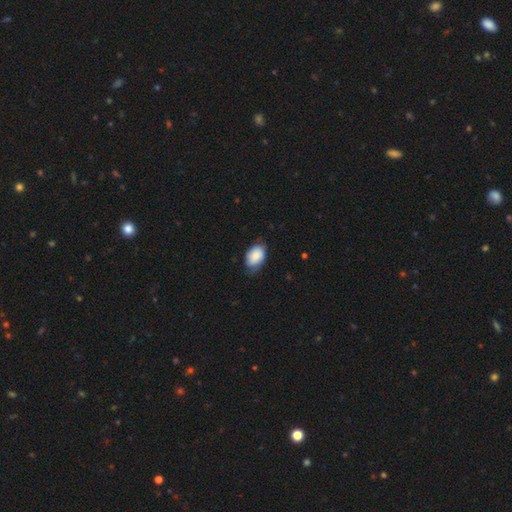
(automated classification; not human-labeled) Smooth or featured?
  - smooth: 76% *
  - featured or disk: 17%
  - star or artifact: 7%
How rounded?
  - in between: 86% *
  - round: 13%
  - cigar-shaped: 1%
Merging?
  - none: 62% *
  - minor disturbance: 31%
  - major disturbance: 6%
  - merger: 1%